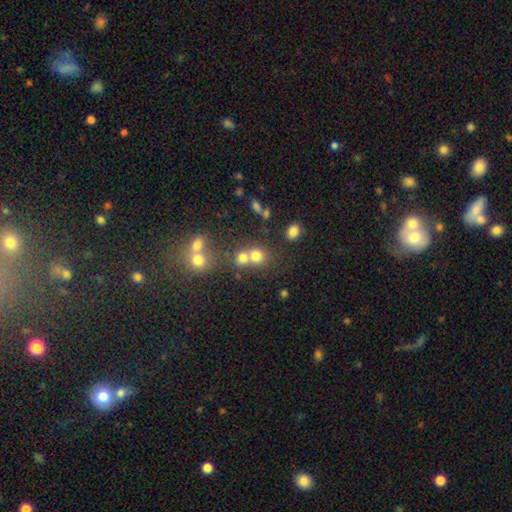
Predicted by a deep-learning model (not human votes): smooth_or_featured: smooth (p=0.73) [alt: star or artifact p=0.16]
how_rounded: round (p=0.83) [alt: in between p=0.16]
merging: merger (p=0.45) [alt: none p=0.44]